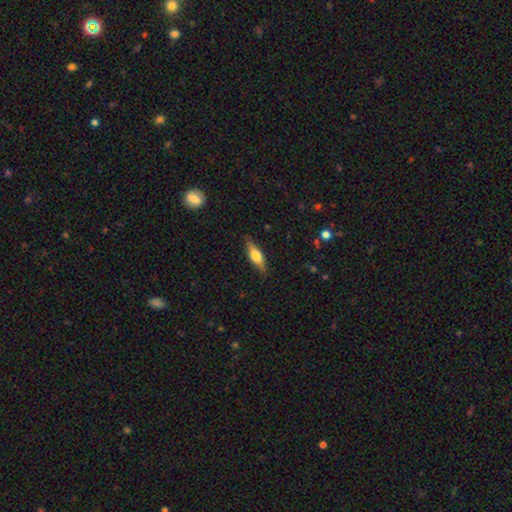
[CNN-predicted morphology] Q: Smooth or featured?
A: smooth (53%); runner-up: featured or disk (41%)
Q: How rounded?
A: in between (52%); runner-up: cigar-shaped (45%)
Q: Merging?
A: none (84%); runner-up: minor disturbance (12%)